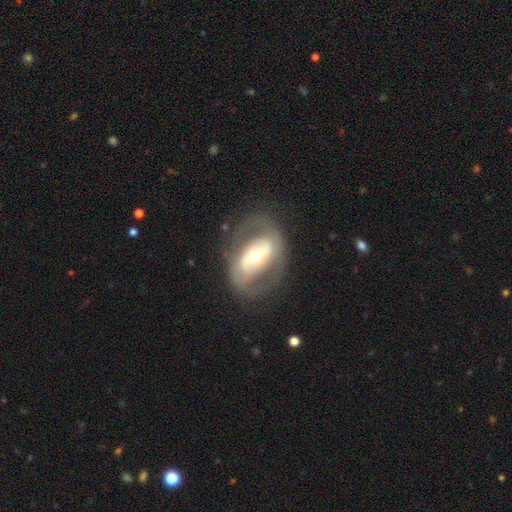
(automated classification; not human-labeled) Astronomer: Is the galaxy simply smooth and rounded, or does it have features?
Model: featured or disk — 72%.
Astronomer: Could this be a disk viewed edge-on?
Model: no — 94%.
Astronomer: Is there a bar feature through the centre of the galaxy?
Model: strong — 36%, tied with no at 36%.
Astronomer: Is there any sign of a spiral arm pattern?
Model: yes — 55% (runner-up: no, 45%).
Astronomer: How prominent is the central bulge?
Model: moderate — 65%.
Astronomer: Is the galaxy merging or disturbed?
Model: none — 71%.